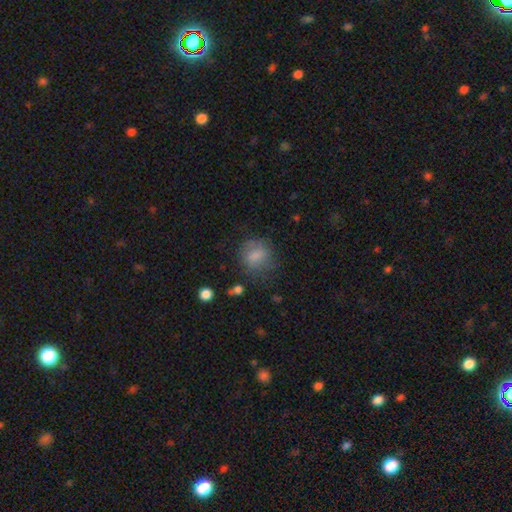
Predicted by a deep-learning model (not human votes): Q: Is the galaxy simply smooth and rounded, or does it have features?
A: smooth — 75%.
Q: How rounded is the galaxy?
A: round — 62%.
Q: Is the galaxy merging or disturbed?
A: none — 60%.